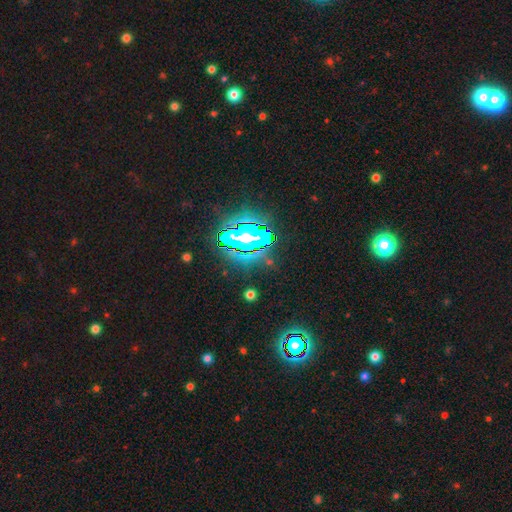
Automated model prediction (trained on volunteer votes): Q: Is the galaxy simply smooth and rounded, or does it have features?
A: star or artifact — 82%.